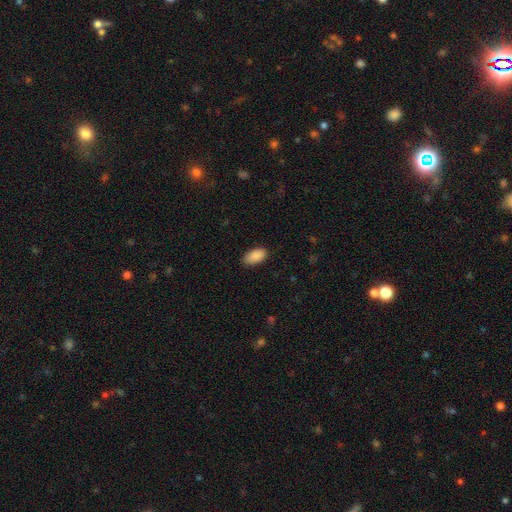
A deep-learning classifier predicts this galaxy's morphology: Smooth or featured: smooth — 90% (star or artifact — 7%)
How rounded: in between — 95% (cigar-shaped — 3%)
Merging: none — 87% (minor disturbance — 10%)